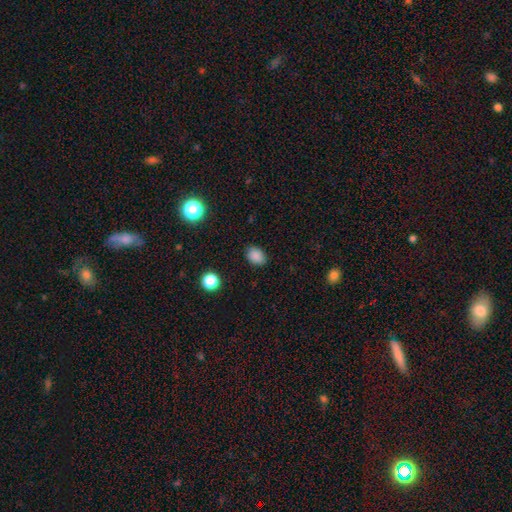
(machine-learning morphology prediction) Q: Smooth or featured?
A: smooth (85%); runner-up: star or artifact (11%)
Q: How rounded?
A: in between (68%); runner-up: round (31%)
Q: Merging?
A: none (86%); runner-up: minor disturbance (10%)